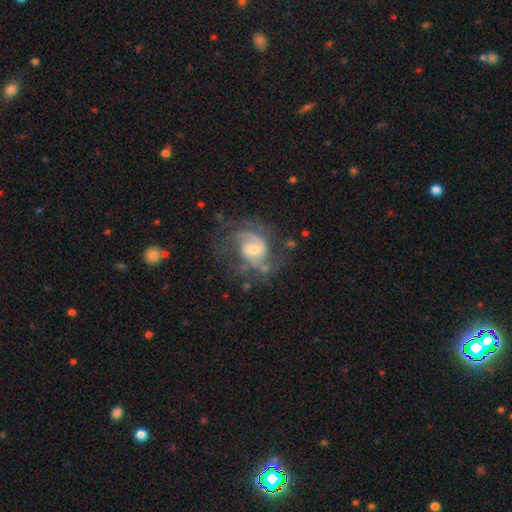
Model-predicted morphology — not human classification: The model was most divided on "bulge size": moderate: 45%, small: 42%, large: 7%, none: 6%, dominant: 1%. Remaining: edge-on disk — no (97%); spiral arms — yes (93%); smooth or featured — featured or disk (80%); merging — none (67%); spiral arm count — 2 (62%); bar — weak (50%); spiral winding — medium (49%).